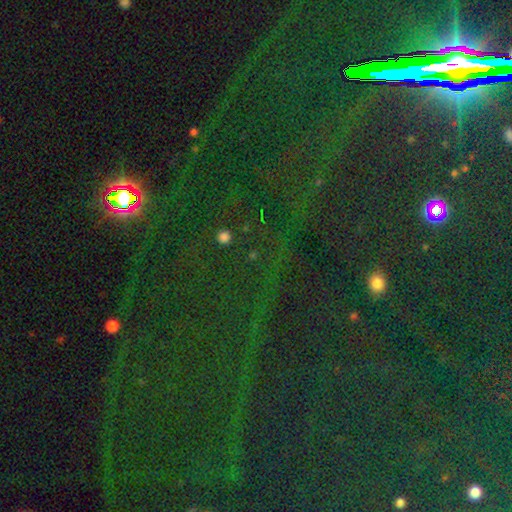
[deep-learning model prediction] Overall: star or artifact (85%).